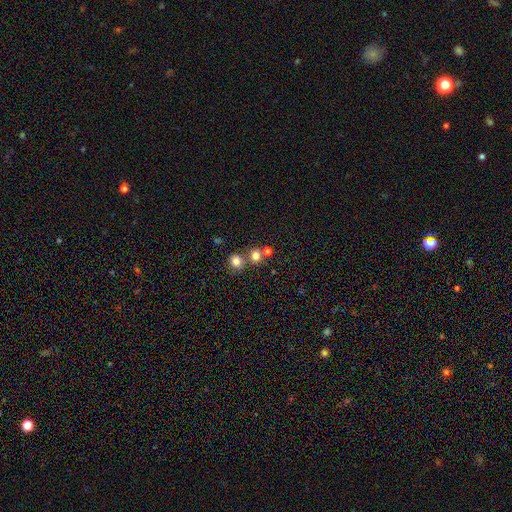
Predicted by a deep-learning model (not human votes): Smooth or featured?
  - smooth: 76% *
  - star or artifact: 16%
  - featured or disk: 8%
How rounded?
  - round: 86% *
  - in between: 13%
  - cigar-shaped: 1%
Merging?
  - none: 59% *
  - merger: 31%
  - minor disturbance: 7%
  - major disturbance: 3%